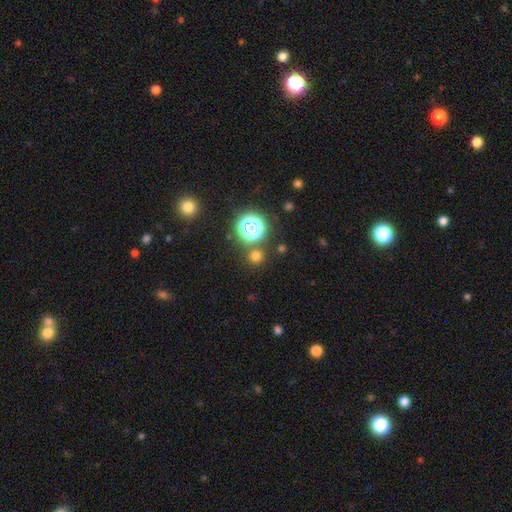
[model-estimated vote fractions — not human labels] Q: Smooth or featured?
A: smooth (67%); runner-up: star or artifact (28%)
Q: How rounded?
A: round (91%); runner-up: in between (8%)
Q: Merging?
A: none (82%); runner-up: merger (8%)